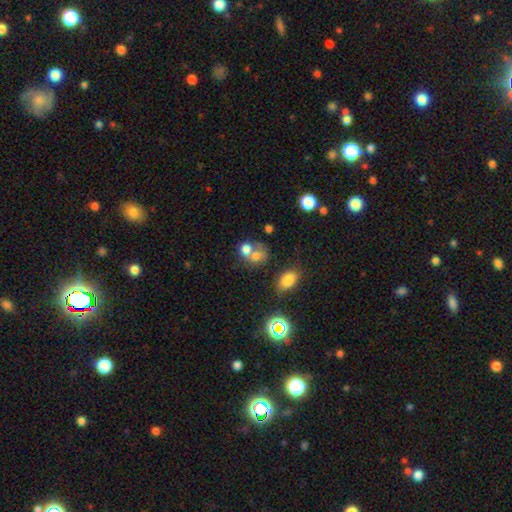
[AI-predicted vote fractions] A smooth galaxy with no disk features (68%) that is round (61%). Merging: merger (58%).